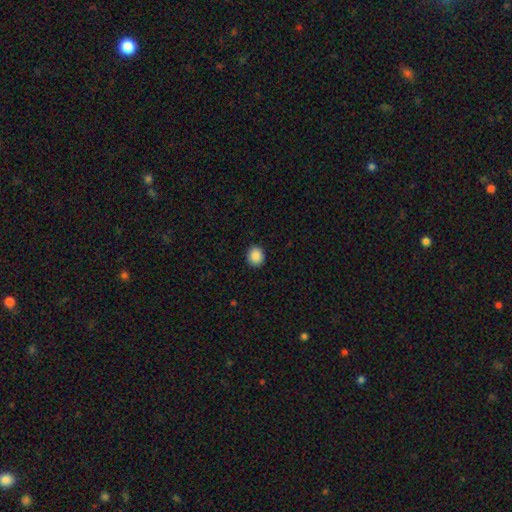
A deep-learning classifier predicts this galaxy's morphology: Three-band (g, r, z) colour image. It shows a smooth galaxy with no disk features (89%) that is round (80%). Merging: none (91%).